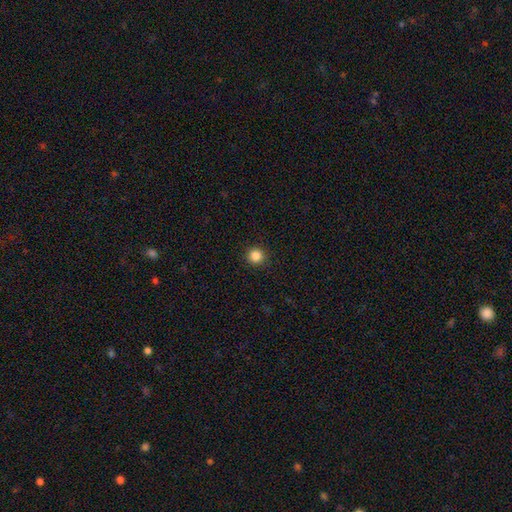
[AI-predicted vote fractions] smooth_or_featured: smooth (p=0.85) [alt: star or artifact p=0.11]
how_rounded: round (p=0.95) [alt: in between p=0.04]
merging: none (p=0.92) [alt: minor disturbance p=0.05]